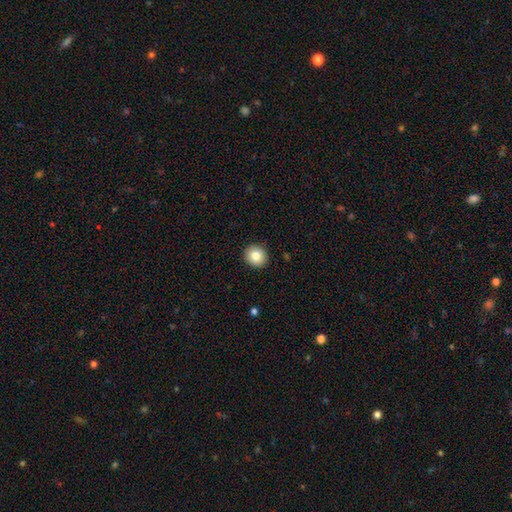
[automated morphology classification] type=smooth (81%); roundness=round (88%); merging=none (92%).